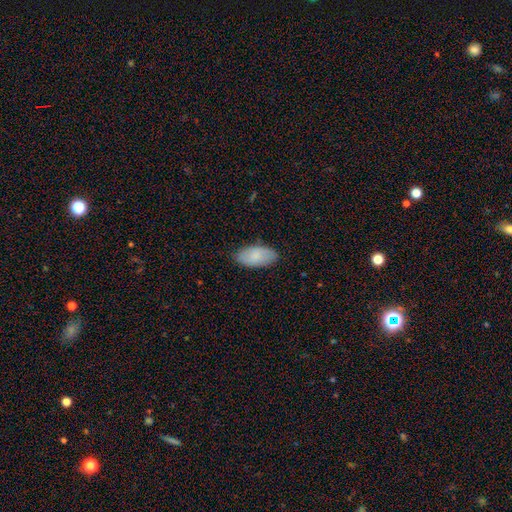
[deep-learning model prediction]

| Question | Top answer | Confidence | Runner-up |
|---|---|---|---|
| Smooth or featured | smooth | 84% | featured or disk (11%) |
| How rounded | in between | 95% | cigar-shaped (3%) |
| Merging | none | 85% | minor disturbance (12%) |